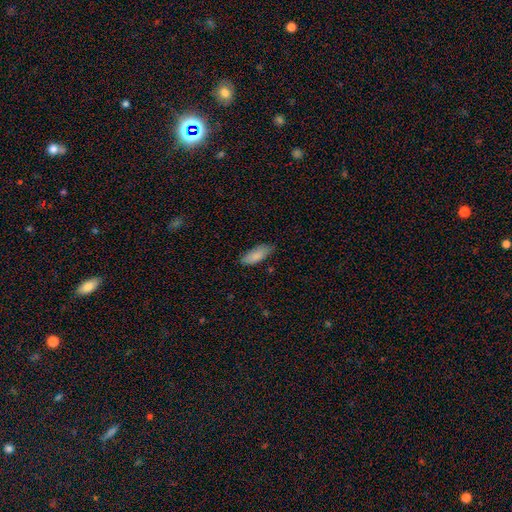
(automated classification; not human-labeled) Smooth or featured? smooth (86%)
How rounded? in between (73%)
Merging? none (77%)